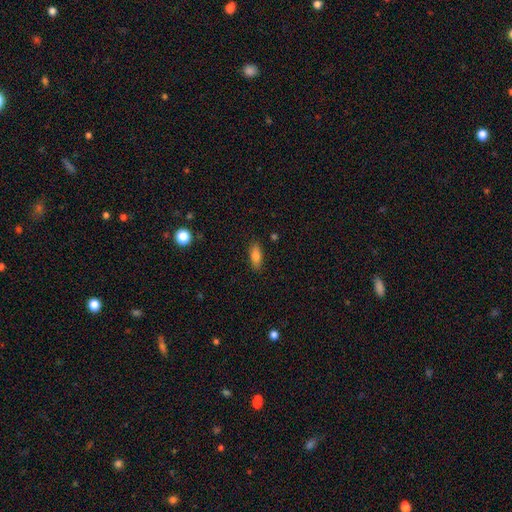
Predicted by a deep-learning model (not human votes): smooth_or_featured: smooth (p=0.81) [alt: featured or disk p=0.11]
how_rounded: in between (p=0.76) [alt: cigar-shaped p=0.21]
merging: none (p=0.86) [alt: minor disturbance p=0.10]